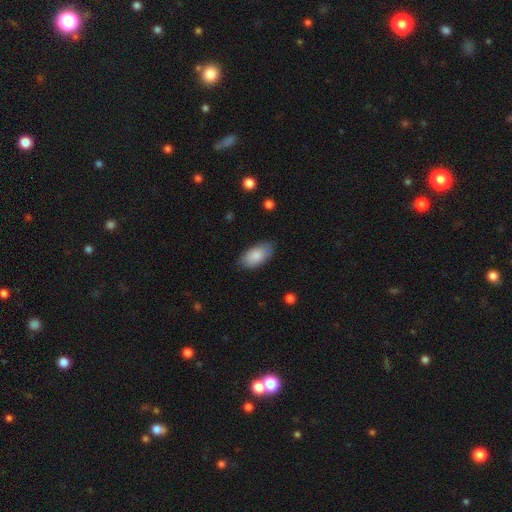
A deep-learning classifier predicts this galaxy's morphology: Smooth or featured: smooth — 84% (featured or disk — 10%)
How rounded: in between — 94% (cigar-shaped — 3%)
Merging: none — 79% (minor disturbance — 16%)